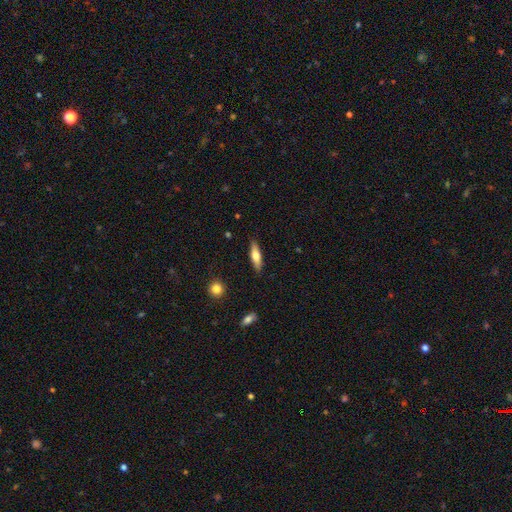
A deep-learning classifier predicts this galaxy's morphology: Smooth or featured?
  - smooth: 61% *
  - featured or disk: 33%
  - star or artifact: 6%
How rounded?
  - cigar-shaped: 66% *
  - in between: 32%
  - round: 2%
Merging?
  - none: 88% *
  - minor disturbance: 9%
  - major disturbance: 2%
  - merger: 1%